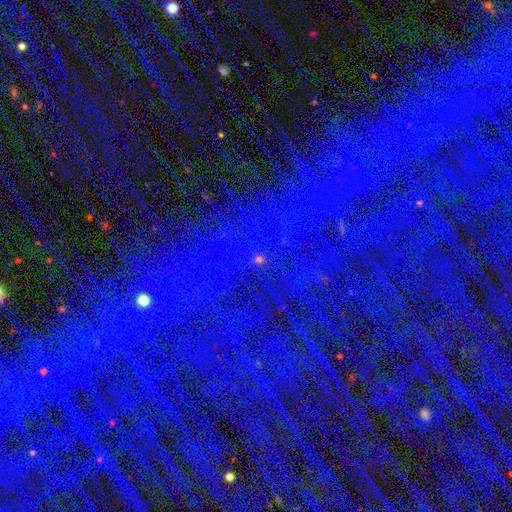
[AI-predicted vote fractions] This is clearly a star or artifact rather than a galaxy (84%).